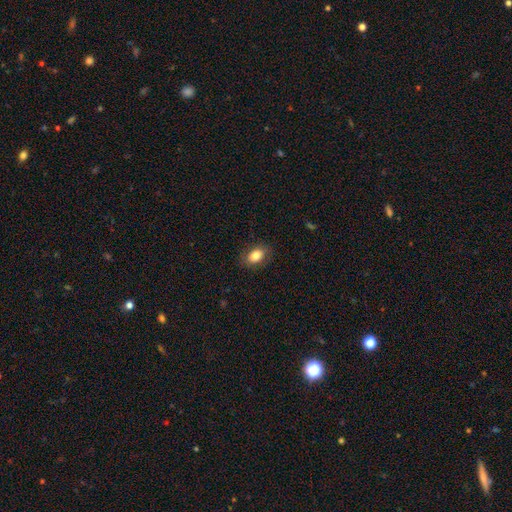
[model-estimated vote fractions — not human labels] smooth-or-featured: smooth: 84% | featured or disk: 9% | star or artifact: 8%
  how-rounded: in between: 84% | round: 14% | cigar-shaped: 1%
  merging: none: 85% | minor disturbance: 11% | major disturbance: 3% | merger: 1%